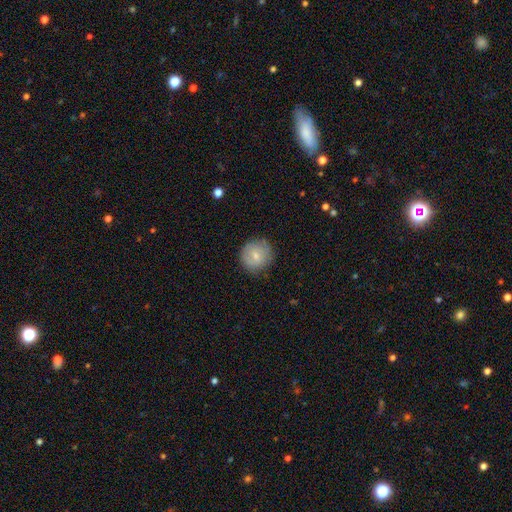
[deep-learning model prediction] smooth 72%, featured or disk 21%, star or artifact 8%. Down the decision tree: how rounded — round (91%); merging — none (82%).